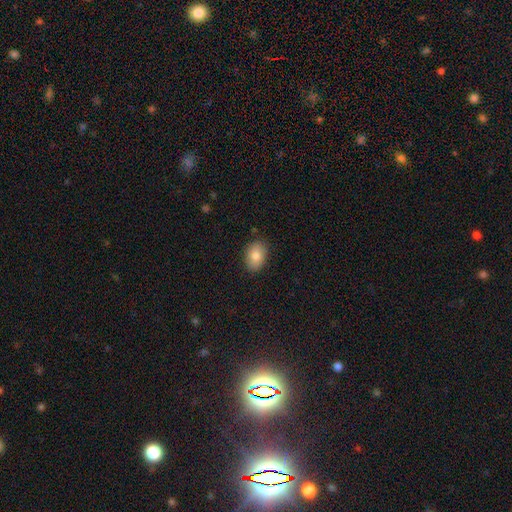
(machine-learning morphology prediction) A smooth galaxy with no disk features (82%) that is in between round and cigar-shaped (78%). Merging: none (86%).